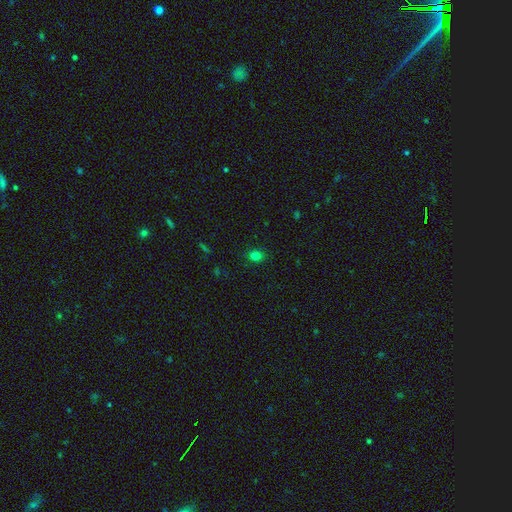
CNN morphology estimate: Smooth or featured? Predicted: smooth (p=0.78). How rounded? Predicted: round (p=0.67). Merging? Predicted: none (p=0.87).